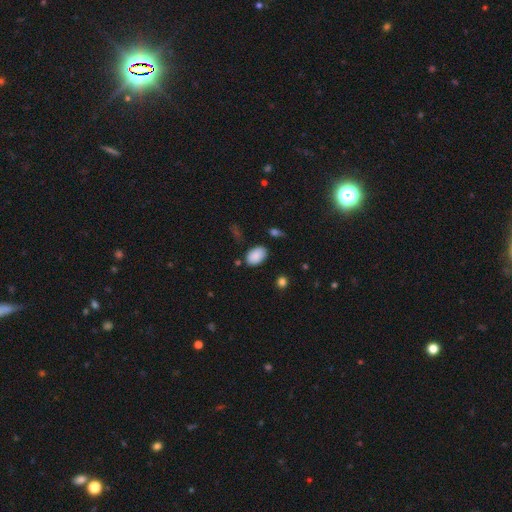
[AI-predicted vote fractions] Smooth or featured: smooth — 88% (star or artifact — 8%)
How rounded: in between — 90% (round — 9%)
Merging: none — 80% (minor disturbance — 14%)